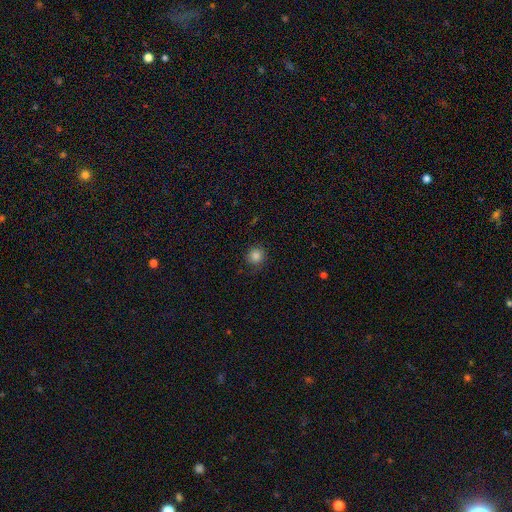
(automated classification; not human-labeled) smooth 84%, star or artifact 11%, featured or disk 6%. Down the decision tree: how rounded — round (90%); merging — none (77%).